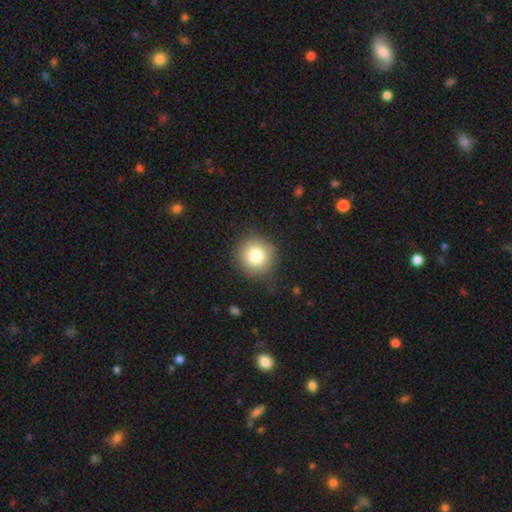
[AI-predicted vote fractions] This appears to be a smooth galaxy with no disk features (81%) that is round (91%). Merging: none (85%).